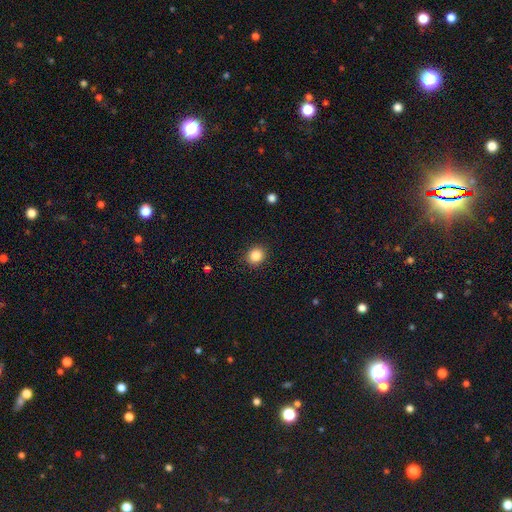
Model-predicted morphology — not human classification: Smooth or featured: smooth — 86% (star or artifact — 10%)
How rounded: round — 79% (in between — 20%)
Merging: none — 90% (minor disturbance — 7%)